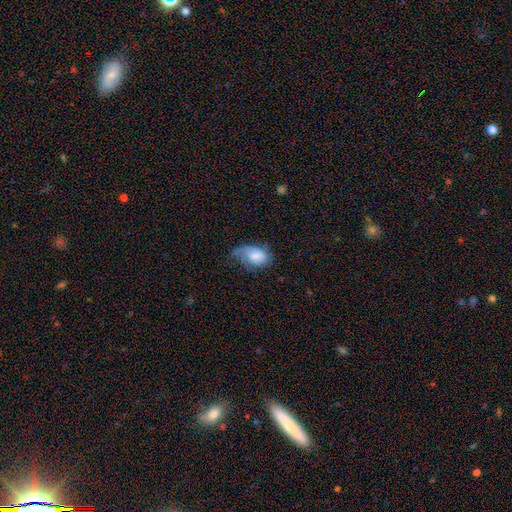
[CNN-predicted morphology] smooth 63%, featured or disk 30%, star or artifact 7%. Down the decision tree: how rounded — in between (89%); merging — minor disturbance (37%).